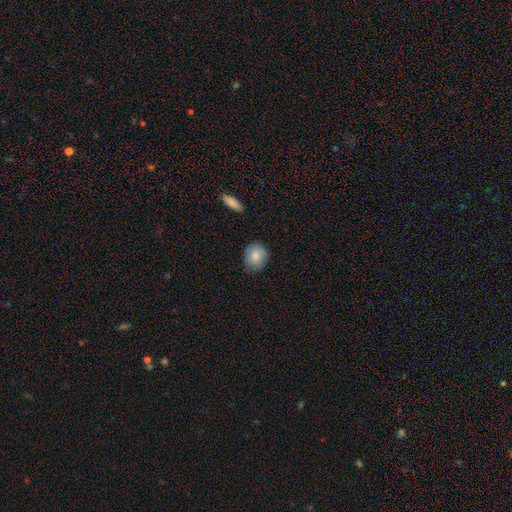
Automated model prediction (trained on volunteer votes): This appears to be a smooth galaxy with no disk features (84%) that is round (78%). Merging: none (79%).